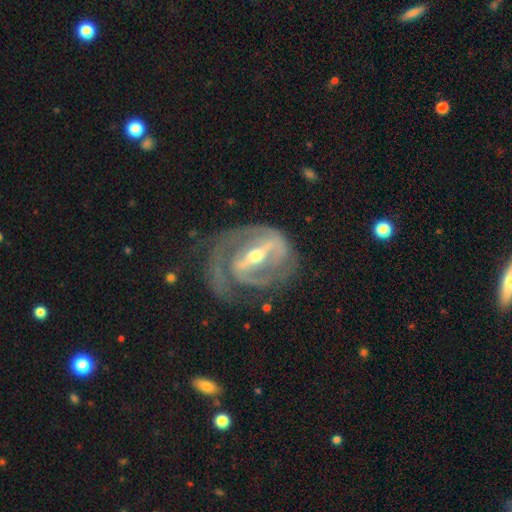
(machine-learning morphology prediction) Smooth or featured?
  - featured or disk: 89% *
  - smooth: 6%
  - star or artifact: 5%
Edge-on disk?
  - no: 95% *
  - yes: 5%
Bar?
  - strong: 72% *
  - weak: 22%
  - no: 6%
Spiral arms?
  - yes: 92% *
  - no: 8%
Spiral winding?
  - tight: 51% *
  - medium: 37%
  - loose: 11%
Spiral arm count?
  - 2: 65% *
  - 1: 13%
  - can't tell: 12%
  - 3: 6%
  - 4: 2%
  - more than 4: 2%
Bulge size?
  - moderate: 58% *
  - small: 37%
  - large: 3%
  - none: 1%
  - dominant: 1%
Merging?
  - none: 54% *
  - major disturbance: 23%
  - minor disturbance: 21%
  - merger: 3%